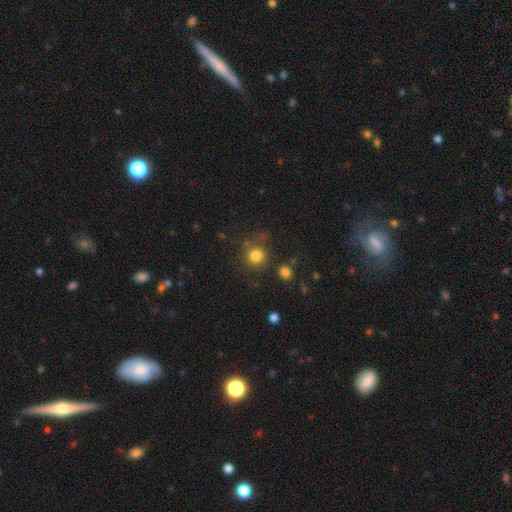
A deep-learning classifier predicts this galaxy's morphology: Q: Smooth or featured?
A: smooth (80%); runner-up: star or artifact (13%)
Q: How rounded?
A: round (90%); runner-up: in between (9%)
Q: Merging?
A: none (73%); runner-up: minor disturbance (13%)